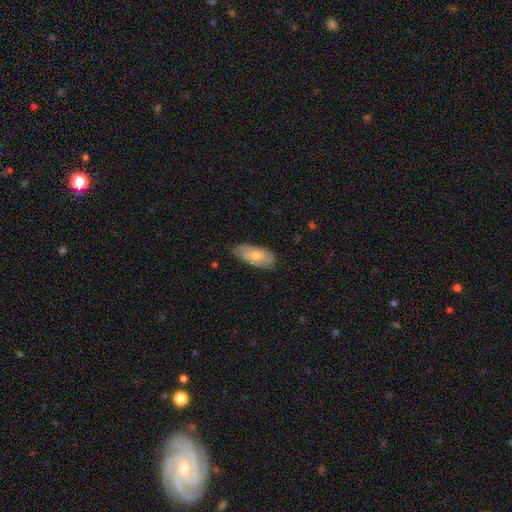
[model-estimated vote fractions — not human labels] Smooth or featured? Predicted: smooth (p=0.68). How rounded? Predicted: in between (p=0.89). Merging? Predicted: none (p=0.71).